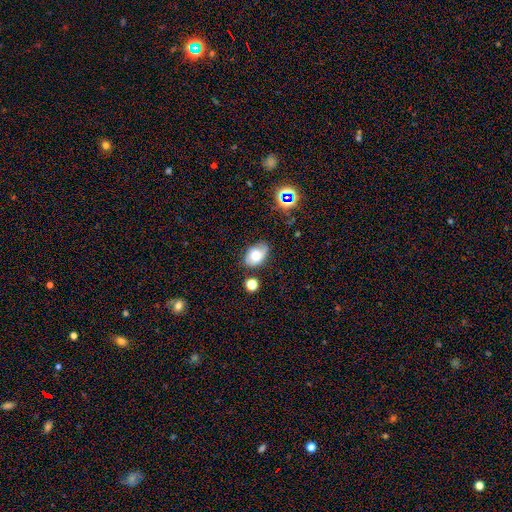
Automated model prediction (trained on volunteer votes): Smooth or featured?
  - smooth: 57% *
  - featured or disk: 30%
  - star or artifact: 13%
How rounded?
  - in between: 80% *
  - round: 18%
  - cigar-shaped: 1%
Merging?
  - none: 63% *
  - minor disturbance: 26%
  - major disturbance: 7%
  - merger: 5%